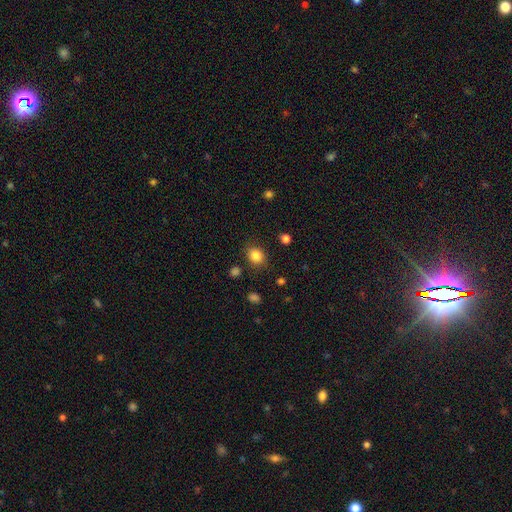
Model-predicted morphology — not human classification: smooth 84%, star or artifact 11%, featured or disk 5%. Down the decision tree: how rounded — round (68%); merging — none (83%).